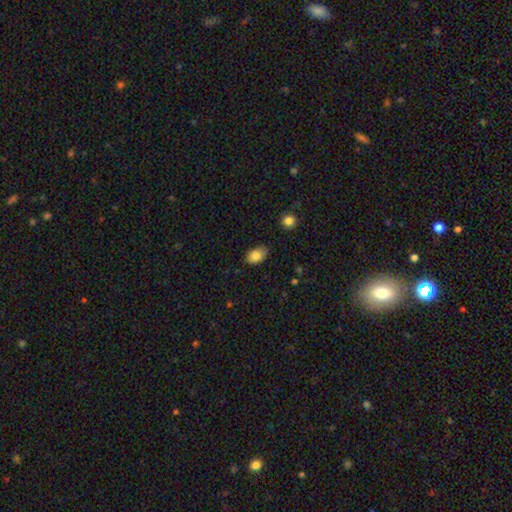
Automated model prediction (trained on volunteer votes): Q: Smooth or featured?
A: smooth (84%); runner-up: featured or disk (8%)
Q: How rounded?
A: in between (86%); runner-up: round (13%)
Q: Merging?
A: none (74%); runner-up: minor disturbance (22%)